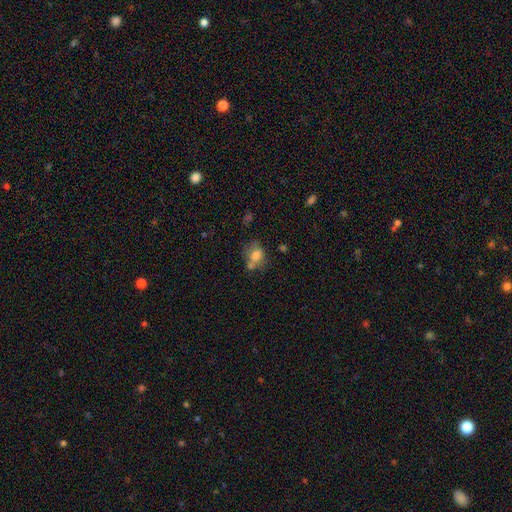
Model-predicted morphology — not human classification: smooth 68%, featured or disk 21%, star or artifact 11%. Down the decision tree: how rounded — in between (61%); merging — none (41%).